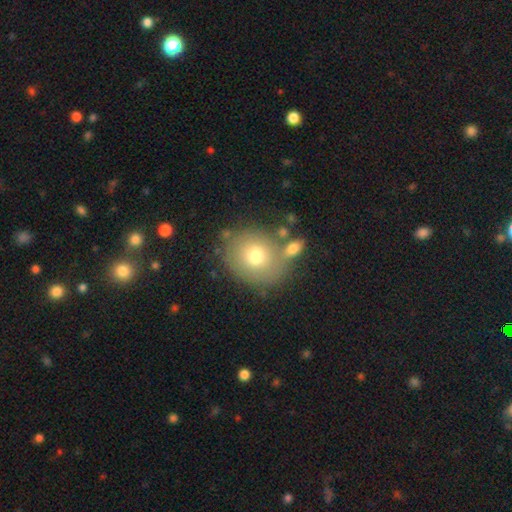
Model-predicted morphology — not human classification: Smooth or featured? smooth (71%)
How rounded? round (71%)
Merging? none (65%)